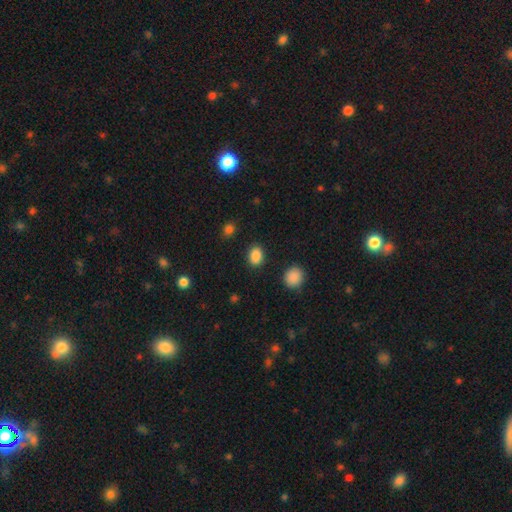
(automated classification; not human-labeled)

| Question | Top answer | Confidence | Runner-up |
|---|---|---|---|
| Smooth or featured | smooth | 87% | star or artifact (9%) |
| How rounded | in between | 70% | round (29%) |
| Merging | none | 88% | minor disturbance (8%) |